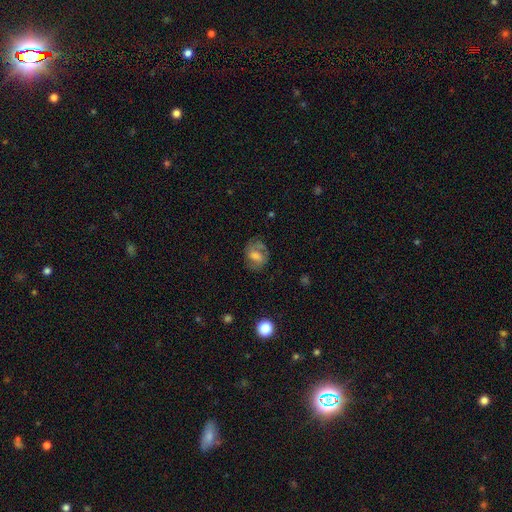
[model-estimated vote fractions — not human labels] Morphology: type=featured or disk (47%); merging=none (61%).